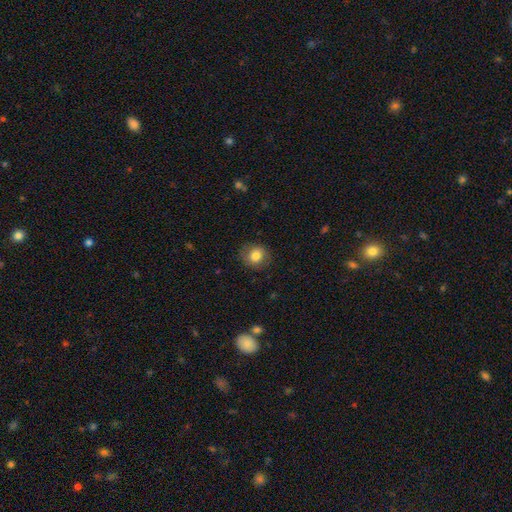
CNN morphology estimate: A smooth galaxy with no disk features (80%) that is round (80%). Merging: none (82%).